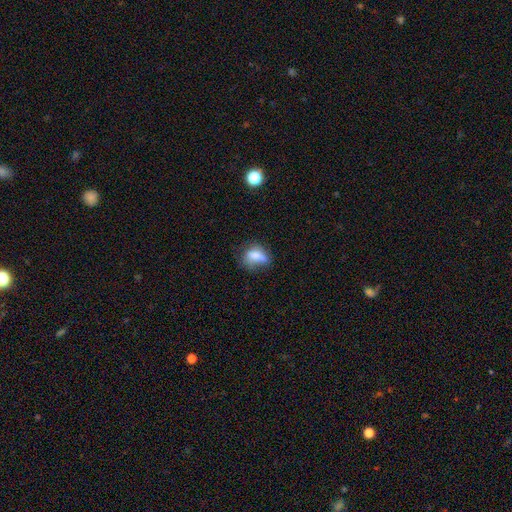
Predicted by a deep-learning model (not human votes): Overall: smooth (72%). How rounded: in between (72%). Merging: none (46%; minor disturbance 32%).